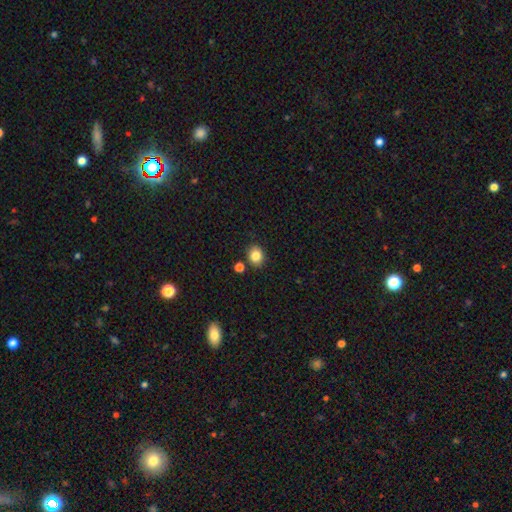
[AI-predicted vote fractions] Smooth or featured? smooth (83%)
How rounded? round (68%)
Merging? none (84%)